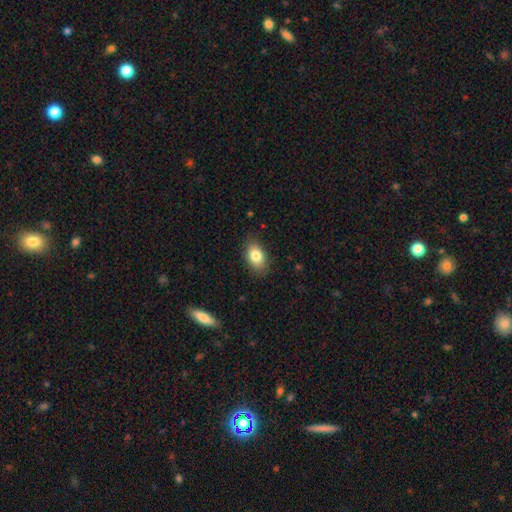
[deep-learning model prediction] smooth-or-featured: smooth: 82% | featured or disk: 10% | star or artifact: 8%
  how-rounded: in between: 88% | round: 11% | cigar-shaped: 2%
  merging: none: 84% | minor disturbance: 12% | major disturbance: 3% | merger: 1%